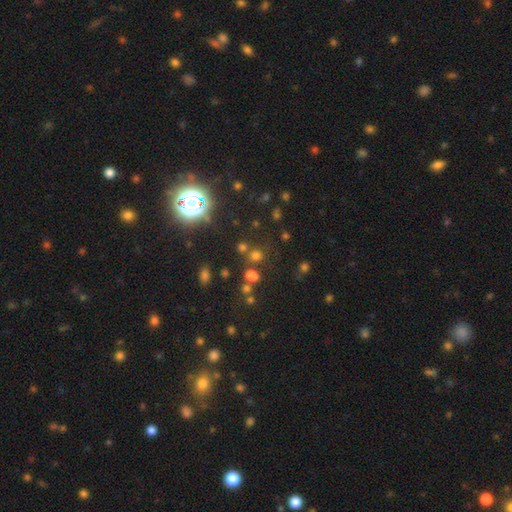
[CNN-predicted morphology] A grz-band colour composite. It shows a smooth galaxy with no disk features (60%) that is round (81%). Merging: none (73%).